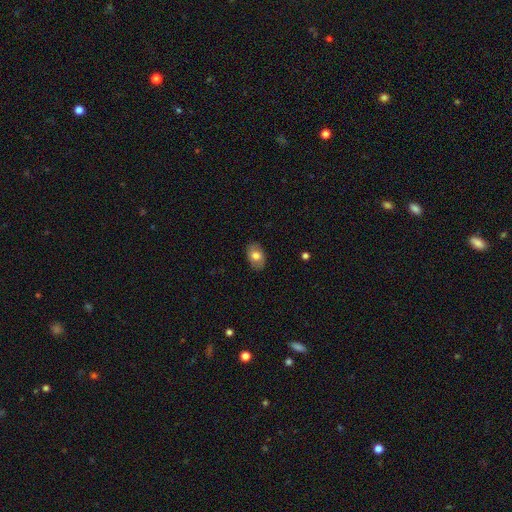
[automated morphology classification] smooth 78%, featured or disk 15%, star or artifact 8%. Down the decision tree: how rounded — in between (86%); merging — none (87%).